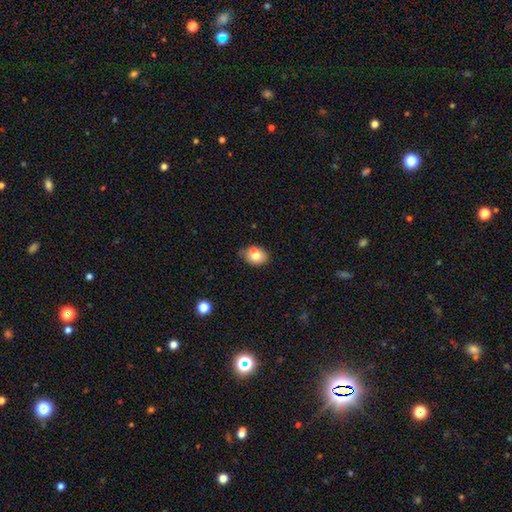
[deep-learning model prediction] Q: Smooth or featured?
A: smooth (76%); runner-up: featured or disk (15%)
Q: How rounded?
A: in between (60%); runner-up: round (39%)
Q: Merging?
A: none (59%); runner-up: minor disturbance (22%)